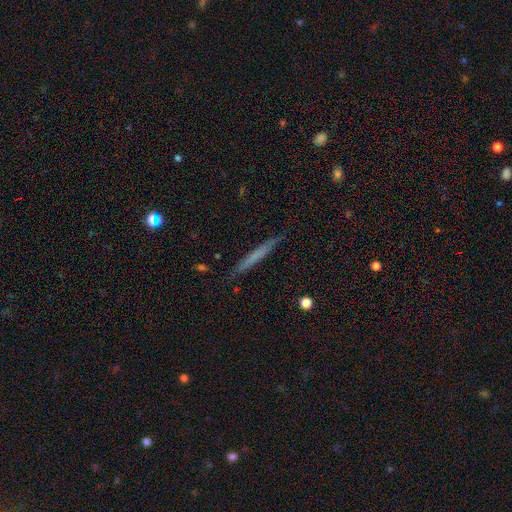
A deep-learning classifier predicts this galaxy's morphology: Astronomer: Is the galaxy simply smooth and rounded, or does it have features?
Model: smooth — 55% (runner-up: featured or disk, 38%).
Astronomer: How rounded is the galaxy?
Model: cigar-shaped — 96%.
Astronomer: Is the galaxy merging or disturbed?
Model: none — 89%.